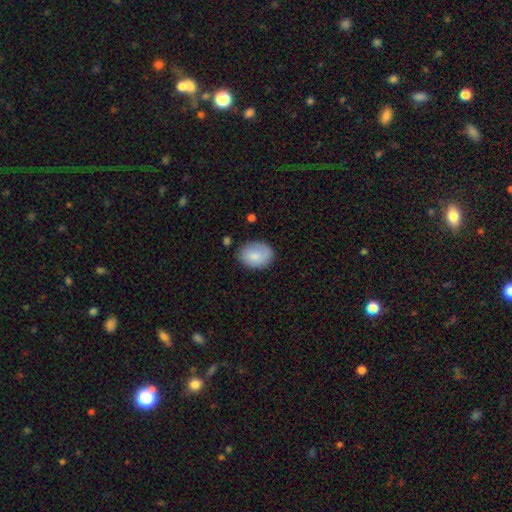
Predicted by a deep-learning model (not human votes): A smooth galaxy with no disk features (80%) that is in between round and cigar-shaped (66%).

Vote fractions:
- Smooth or featured? smooth: 80% / featured or disk: 13% / star or artifact: 7%
- How rounded? in between: 66% / round: 33% / cigar-shaped: 1%
- Merging? none: 77% / minor disturbance: 17% / major disturbance: 4% / merger: 2%